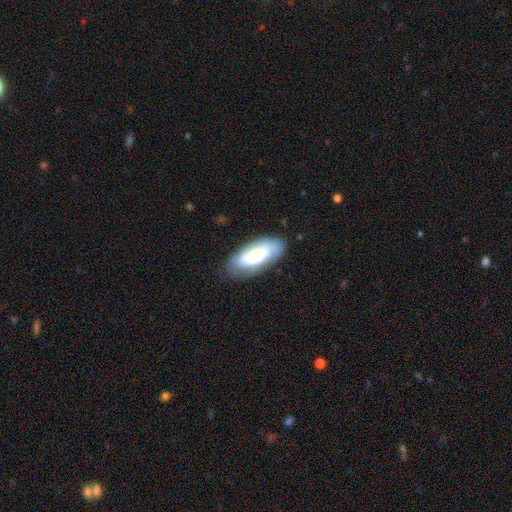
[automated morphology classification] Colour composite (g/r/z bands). It shows a smooth galaxy with no disk features (50%). Merging: none (73%).